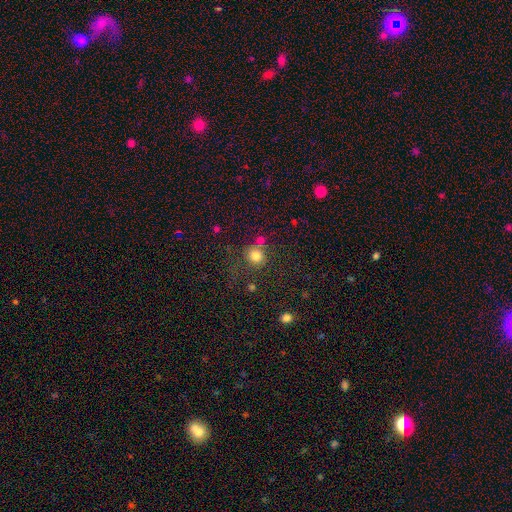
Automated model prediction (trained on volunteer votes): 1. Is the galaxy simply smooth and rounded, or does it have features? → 80% smooth, 13% star or artifact, 7% featured or disk.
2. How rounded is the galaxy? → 87% round, 12% in between, 1% cigar-shaped.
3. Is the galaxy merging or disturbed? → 65% none, 17% merger, 12% minor disturbance, 5% major disturbance.